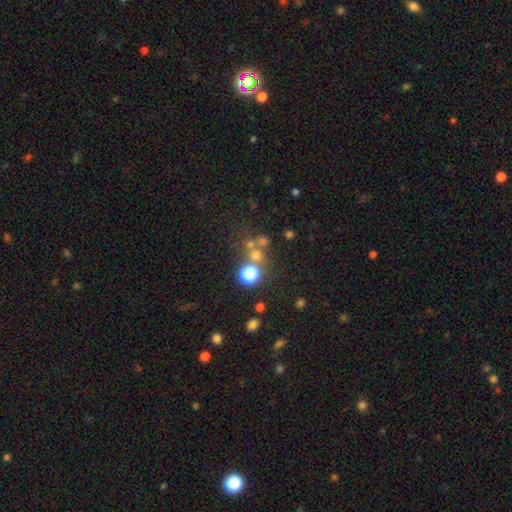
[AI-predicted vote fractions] smooth 50%, star or artifact 36%, featured or disk 14%. Down the decision tree: how rounded — round (88%); merging — none (59%).